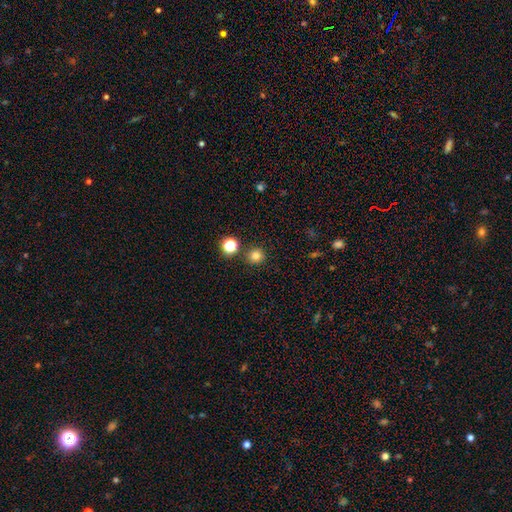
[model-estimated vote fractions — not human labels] Morphology: type=smooth (81%); roundness=round (94%); merging=none (88%).